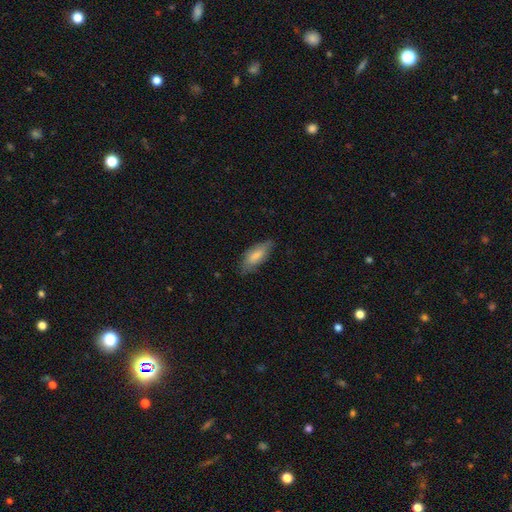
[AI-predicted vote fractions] smooth_or_featured: smooth (p=0.77) [alt: featured or disk p=0.17]
how_rounded: in between (p=0.77) [alt: cigar-shaped p=0.22]
merging: none (p=0.68) [alt: minor disturbance p=0.25]